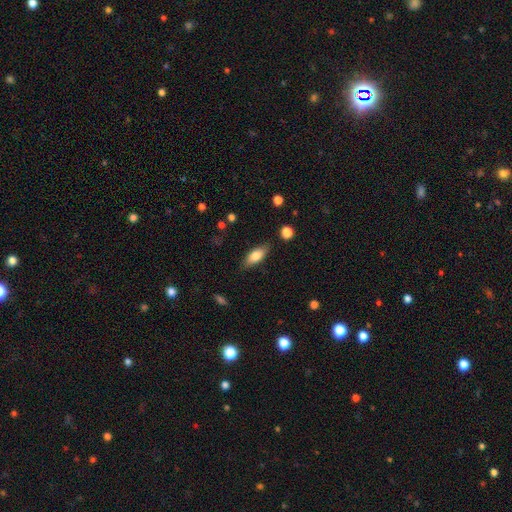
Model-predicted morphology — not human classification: smooth-or-featured: smooth: 77% | featured or disk: 16% | star or artifact: 7%
  how-rounded: in between: 78% | cigar-shaped: 19% | round: 3%
  merging: none: 83% | minor disturbance: 13% | major disturbance: 3% | merger: 2%